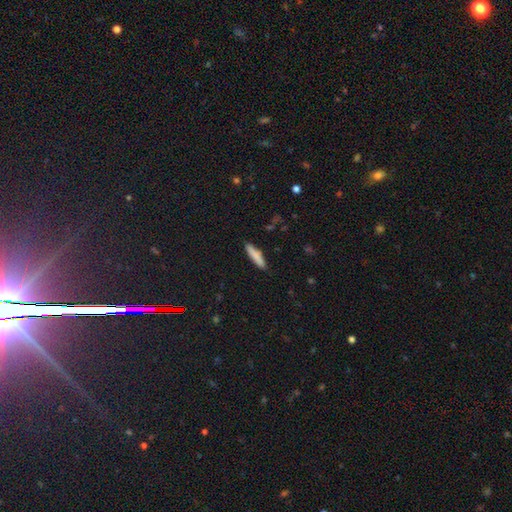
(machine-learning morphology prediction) Smooth or featured? smooth (83%)
How rounded? cigar-shaped (84%)
Merging? none (88%)